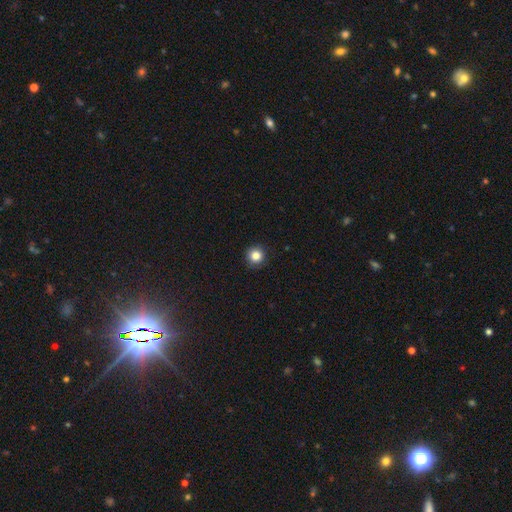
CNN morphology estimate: This is clearly a smooth galaxy (84%). How rounded: clearly round (94%). Merging: clearly none (90%).